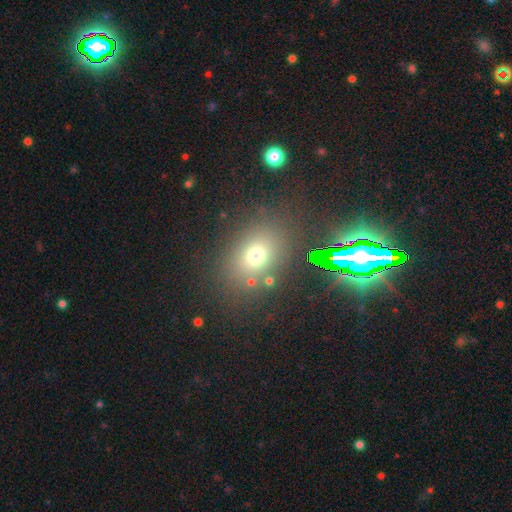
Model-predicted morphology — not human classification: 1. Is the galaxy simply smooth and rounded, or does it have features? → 68% smooth, 20% star or artifact, 11% featured or disk.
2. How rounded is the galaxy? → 58% in between, 41% round, 2% cigar-shaped.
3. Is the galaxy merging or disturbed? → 77% none, 11% minor disturbance, 6% major disturbance, 5% merger.